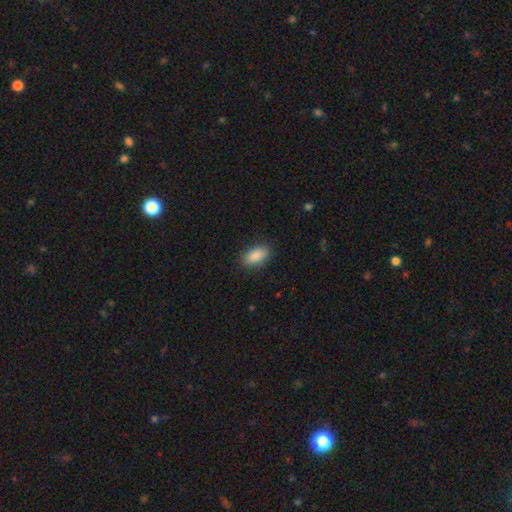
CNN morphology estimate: Overall: smooth (89%). How rounded: in between (92%). Merging: none (87%).